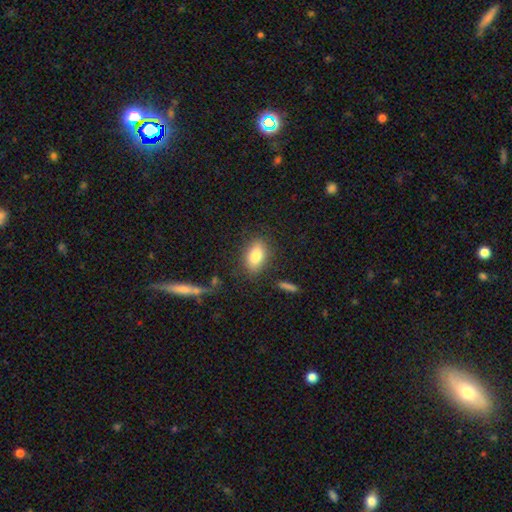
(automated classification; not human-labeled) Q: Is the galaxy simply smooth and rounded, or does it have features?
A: smooth — 83%.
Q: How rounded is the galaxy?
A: in between — 87%.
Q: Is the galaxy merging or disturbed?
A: none — 82%.